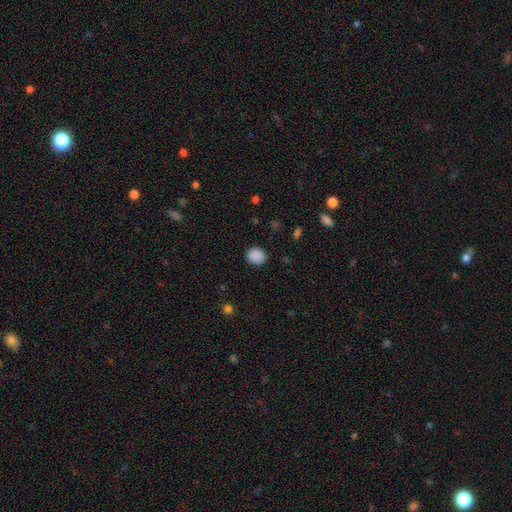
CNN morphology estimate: smooth 88%, star or artifact 9%, featured or disk 3%. Down the decision tree: how rounded — round (70%); merging — none (88%).